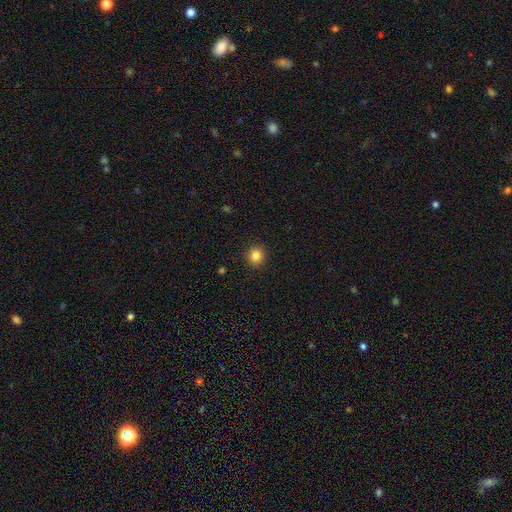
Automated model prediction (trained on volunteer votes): A smooth galaxy with no disk features (84%) that is round (89%). Merging: none (92%).